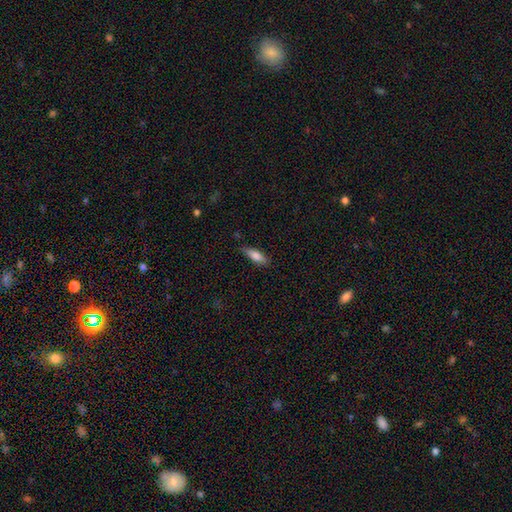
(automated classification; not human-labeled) The model was most divided on "how rounded": in between: 61%, cigar-shaped: 37%, round: 2%. More confident: smooth or featured — smooth (80%); merging — none (75%).